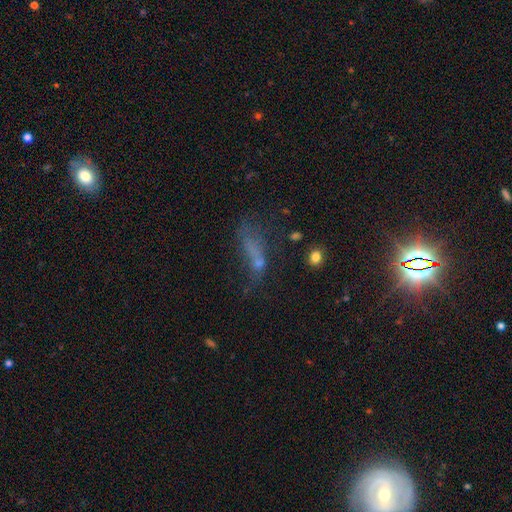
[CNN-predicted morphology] Smooth or featured? Predicted: smooth (p=0.44). Merging? Predicted: major disturbance (p=0.36).